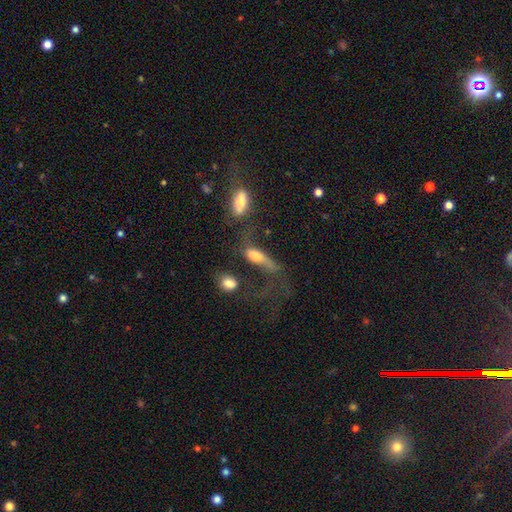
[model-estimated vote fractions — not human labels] smooth_or_featured: smooth (p=0.53) [alt: featured or disk p=0.35]
how_rounded: in between (p=0.57) [alt: cigar-shaped p=0.37]
merging: major disturbance (p=0.40) [alt: merger p=0.23]